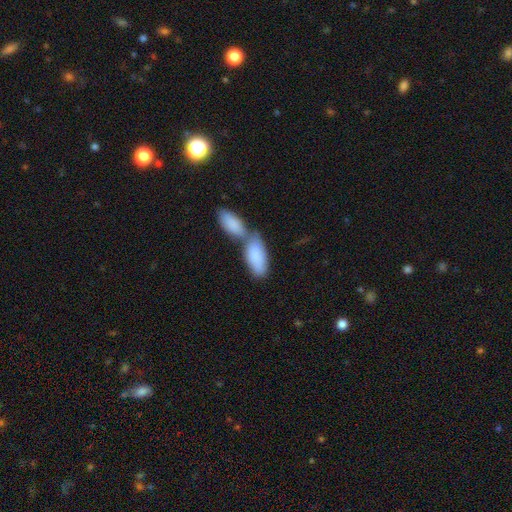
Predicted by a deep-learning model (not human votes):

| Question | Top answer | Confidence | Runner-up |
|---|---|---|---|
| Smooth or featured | smooth | 84% | featured or disk (11%) |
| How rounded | in between | 86% | cigar-shaped (12%) |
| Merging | merger | 61% | none (25%) |